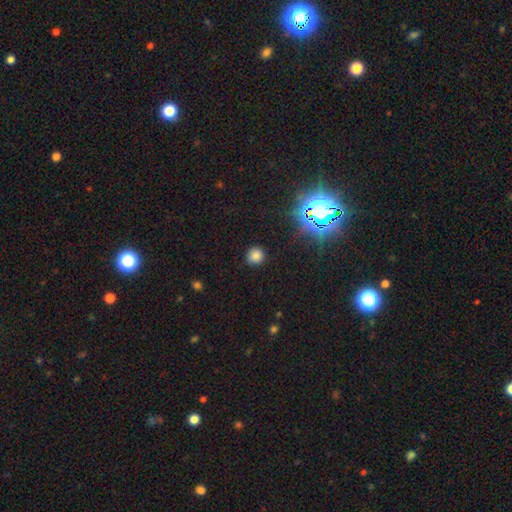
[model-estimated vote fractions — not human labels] A smooth galaxy with no disk features (78%) that is round (91%).

Vote fractions:
- Smooth or featured? smooth: 78% / star or artifact: 18% / featured or disk: 5%
- How rounded? round: 91% / in between: 8% / cigar-shaped: 1%
- Merging? none: 89% / minor disturbance: 7% / major disturbance: 2% / merger: 1%